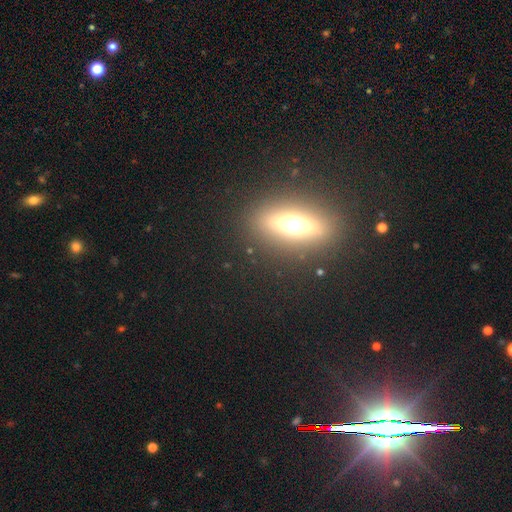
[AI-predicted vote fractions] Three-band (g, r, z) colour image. It shows a smooth galaxy with no disk features (39%). Merging: none (87%).